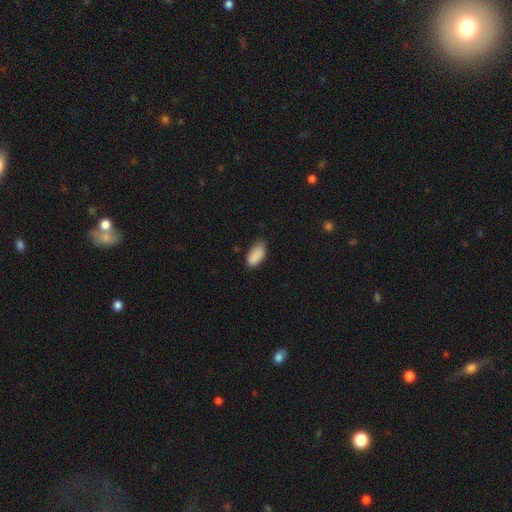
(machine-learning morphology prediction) This appears to be a smooth galaxy with no disk features (89%) that is in between round and cigar-shaped (93%). Merging: none (68%).